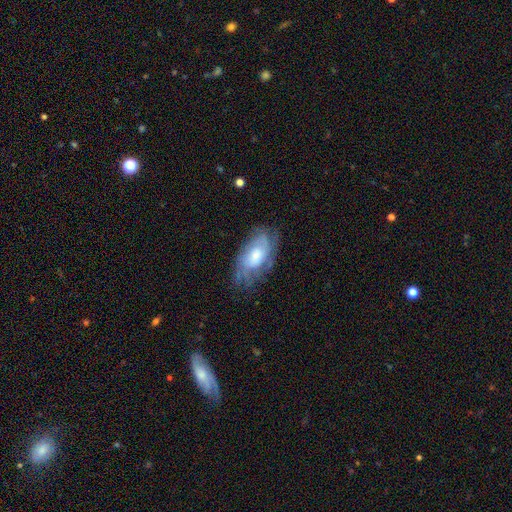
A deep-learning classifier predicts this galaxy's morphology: Overall: featured or disk (58%; smooth 35%). Edge-on disk: no (92%). Bar: no (75%). Spiral arms: yes (73%). Bulge size: moderate (44%; small 34%). Merging: none (59%; minor disturbance 25%).